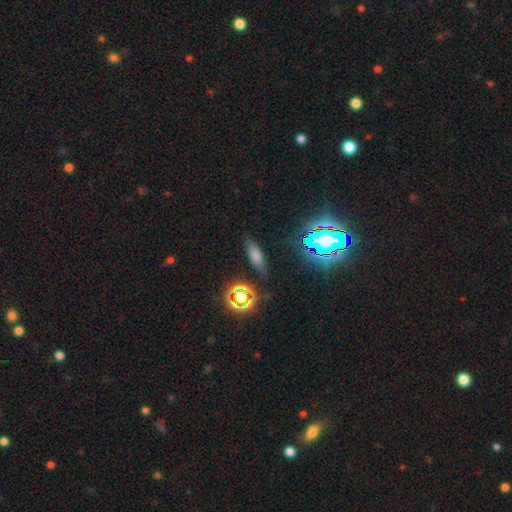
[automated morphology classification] This is likely a smooth galaxy (63%). How rounded: possibly in between (55%). Merging: clearly none (80%).